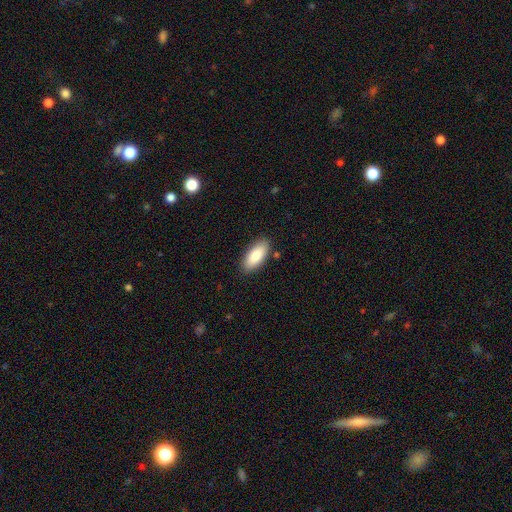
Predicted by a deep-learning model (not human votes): The model was most divided on "smooth or featured": smooth: 84%, featured or disk: 10%, star or artifact: 6%. More confident: how rounded — in between (87%); merging — none (87%).